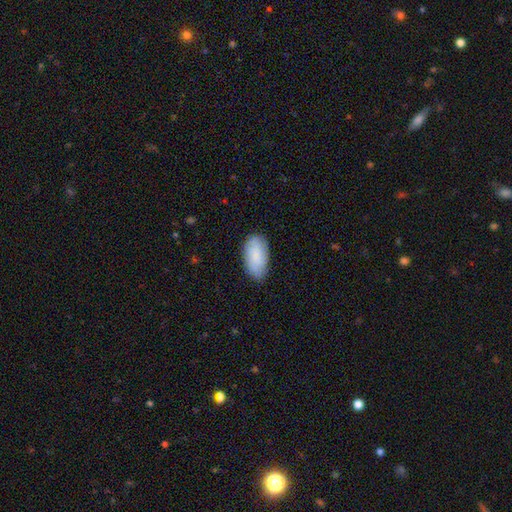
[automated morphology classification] Q: Smooth or featured?
A: smooth (83%); runner-up: featured or disk (11%)
Q: How rounded?
A: in between (95%); runner-up: cigar-shaped (3%)
Q: Merging?
A: none (78%); runner-up: minor disturbance (18%)